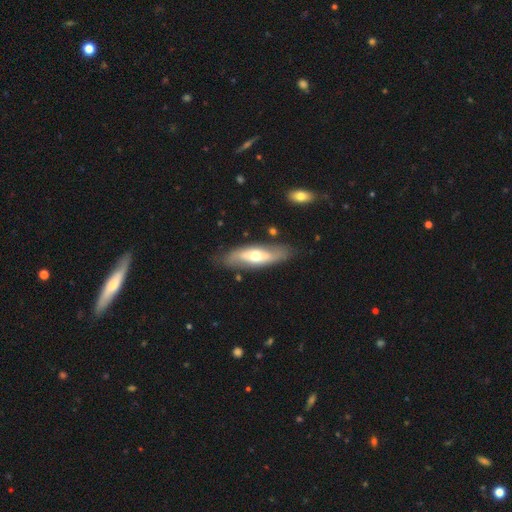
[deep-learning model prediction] smooth_or_featured: featured or disk (p=0.55) [alt: smooth p=0.40]
disk_edge_on: no (p=0.67) [alt: yes p=0.33]
merging: none (p=0.77) [alt: minor disturbance p=0.16]